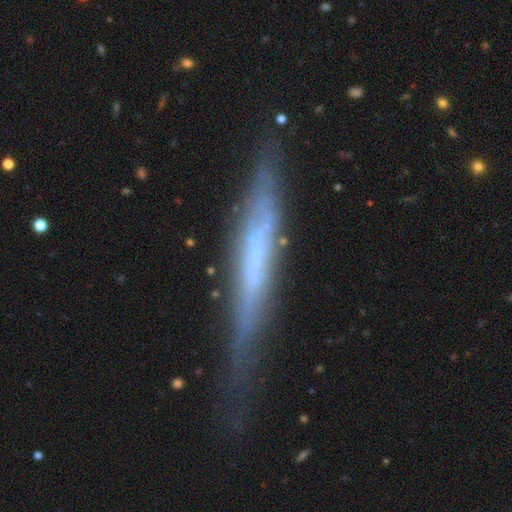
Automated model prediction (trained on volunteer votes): Overall: featured or disk (63%; smooth 29%). Edge-on disk: yes (88%). Edge-on bulge: none (74%). Merging: none (66%).